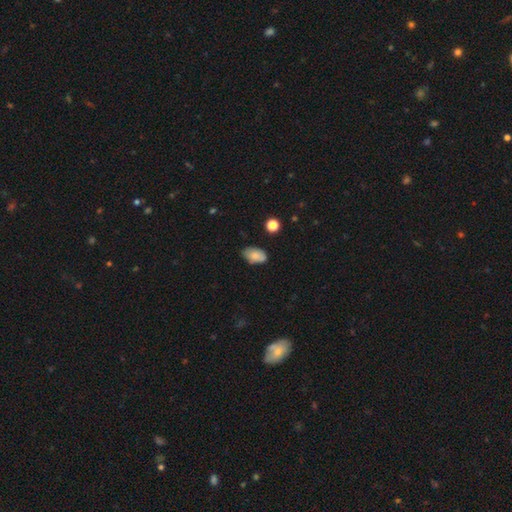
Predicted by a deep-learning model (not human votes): Smooth or featured: smooth — 78% (featured or disk — 14%)
How rounded: in between — 92% (round — 7%)
Merging: none — 70% (minor disturbance — 23%)